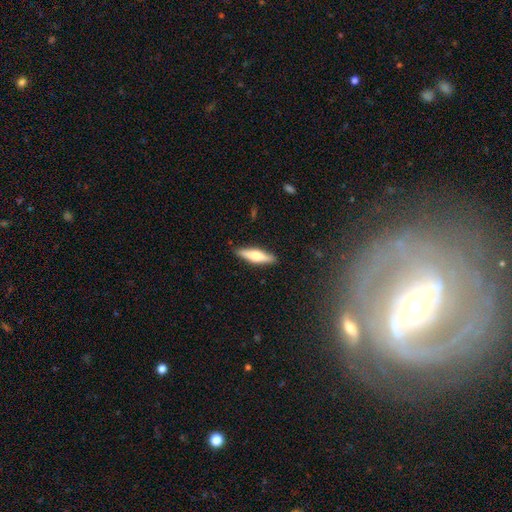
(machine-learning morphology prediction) smooth 49%, featured or disk 46%, star or artifact 6%. Down the decision tree: merging — none (89%).